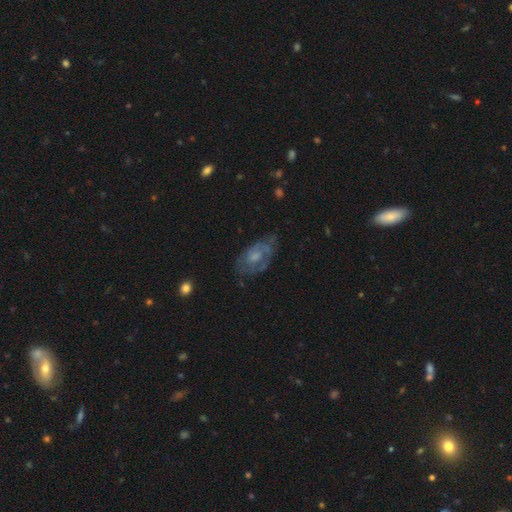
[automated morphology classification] Overall: featured or disk (67%). Edge-on disk: no (95%). Bar: no (71%). Spiral arms: yes (67%; no 33%). Bulge size: moderate (43%; small 30%). Merging: none (61%; minor disturbance 24%).